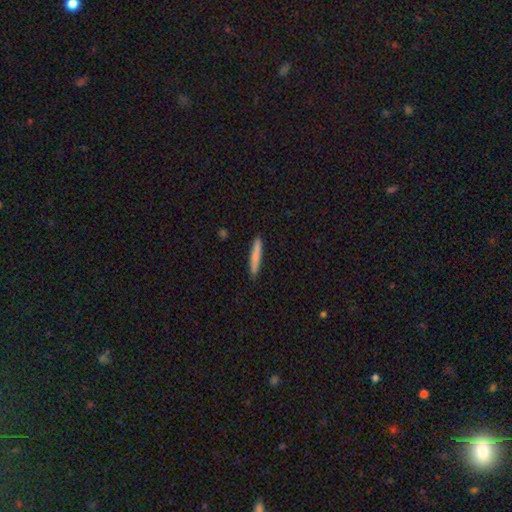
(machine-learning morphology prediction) A smooth galaxy with no disk features (79%) that is cigar-shaped (95%). Merging: none (90%).